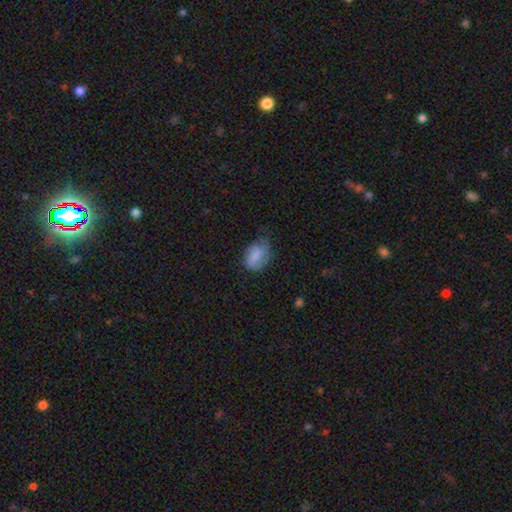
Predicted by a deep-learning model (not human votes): Morphology: type=smooth (70%); roundness=in between (76%); merging=none (46%).